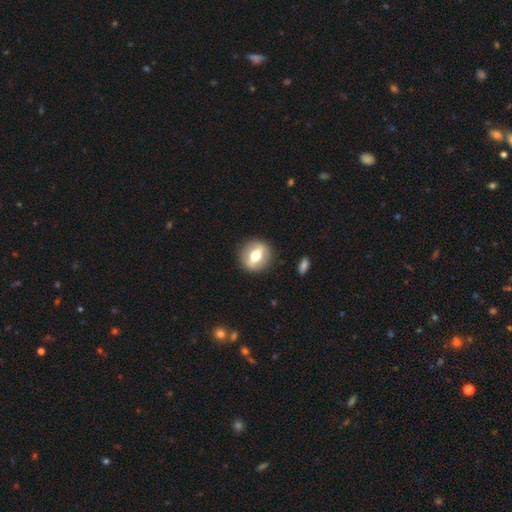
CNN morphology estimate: smooth-or-featured: featured or disk: 53% | smooth: 40% | star or artifact: 7%
  disk-edge-on: no: 68% | yes: 32%
  merging: none: 89% | minor disturbance: 7% | major disturbance: 3% | merger: 1%